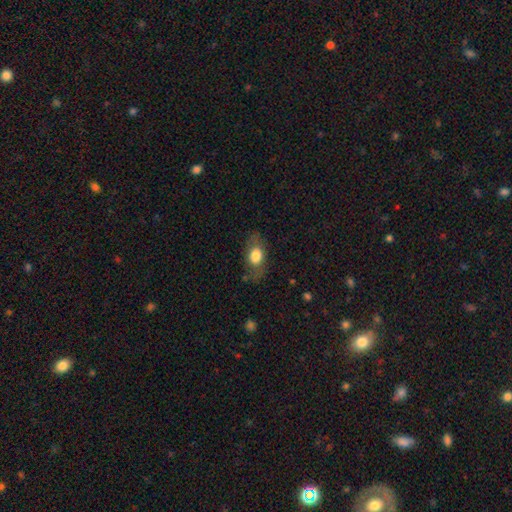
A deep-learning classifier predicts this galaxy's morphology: Smooth or featured: smooth — 69% (featured or disk — 24%)
How rounded: in between — 80% (round — 16%)
Merging: none — 71% (minor disturbance — 18%)